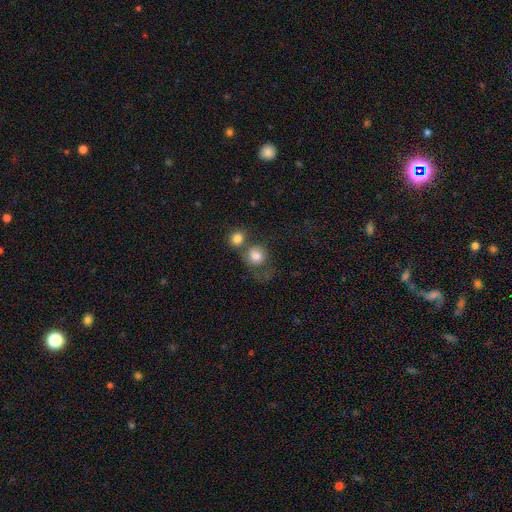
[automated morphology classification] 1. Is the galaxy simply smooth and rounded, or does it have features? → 78% smooth, 13% featured or disk, 9% star or artifact.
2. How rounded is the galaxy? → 77% round, 21% in between, 1% cigar-shaped.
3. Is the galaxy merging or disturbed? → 44% merger, 31% none, 13% minor disturbance, 12% major disturbance.